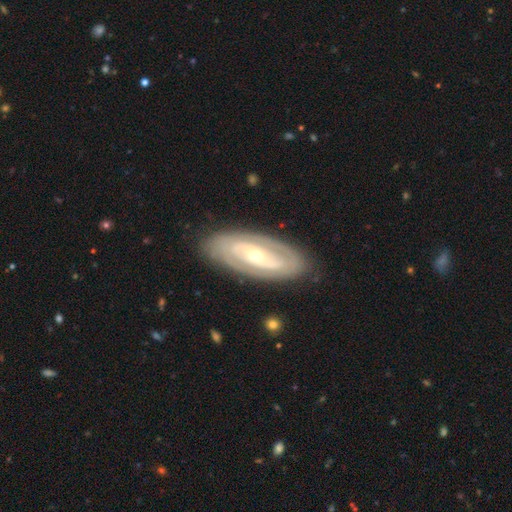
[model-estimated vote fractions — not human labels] This appears to be a featured or disk galaxy (80%) with no bar (59%), 2 (50%) tight (67%) spiral arms (73%) and a small central bulge (66%). Merging: none (84%).